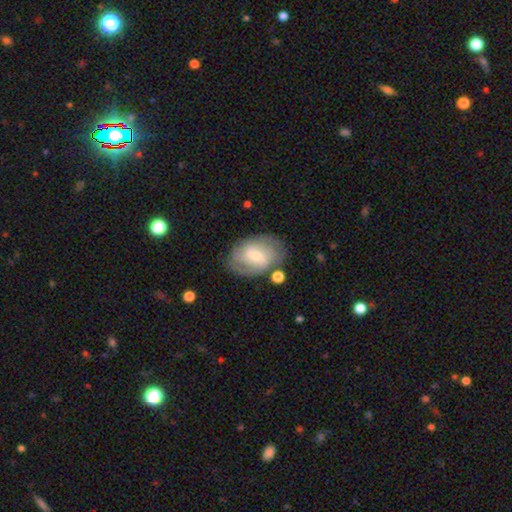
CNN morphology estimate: Smooth or featured: featured or disk — 65% (smooth — 28%)
Edge-on disk: no — 96% (yes — 4%)
Bar: weak — 56% (no — 26%)
Spiral arms: yes — 84% (no — 16%)
Spiral winding: medium — 41% (tight — 40%)
Spiral arm count: 2 — 40% (can't tell — 34%)
Bulge size: small — 64% (moderate — 30%)
Merging: none — 71% (minor disturbance — 18%)